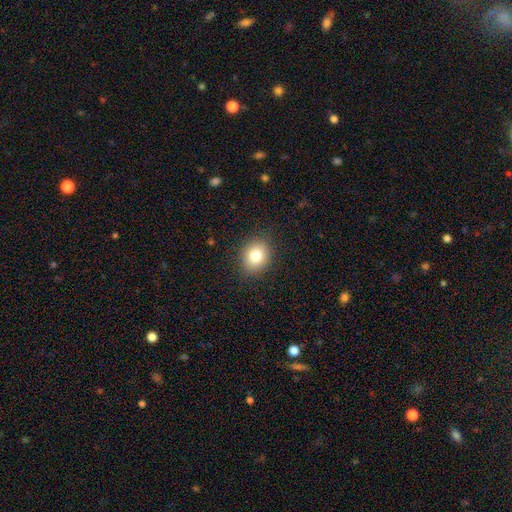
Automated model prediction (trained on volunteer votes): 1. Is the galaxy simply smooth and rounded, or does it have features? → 80% smooth, 11% star or artifact, 9% featured or disk.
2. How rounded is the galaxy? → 59% round, 40% in between, 1% cigar-shaped.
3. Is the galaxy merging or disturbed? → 87% none, 9% minor disturbance, 3% major disturbance, 1% merger.